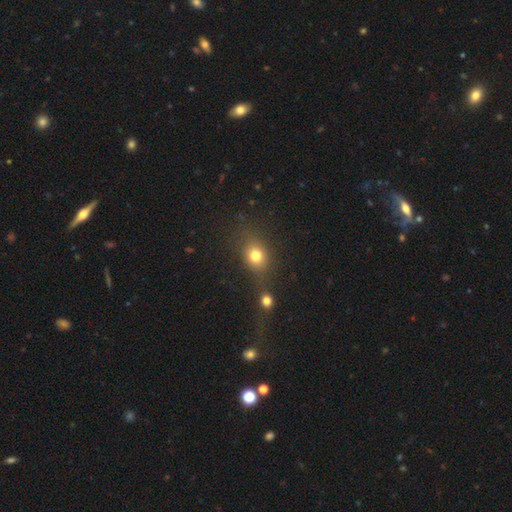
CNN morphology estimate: A smooth galaxy with no disk features (76%) that is round (64%).

Vote fractions:
- Smooth or featured? smooth: 76% / star or artifact: 15% / featured or disk: 9%
- How rounded? round: 64% / in between: 34% / cigar-shaped: 2%
- Merging? none: 61% / merger: 20% / minor disturbance: 12% / major disturbance: 7%